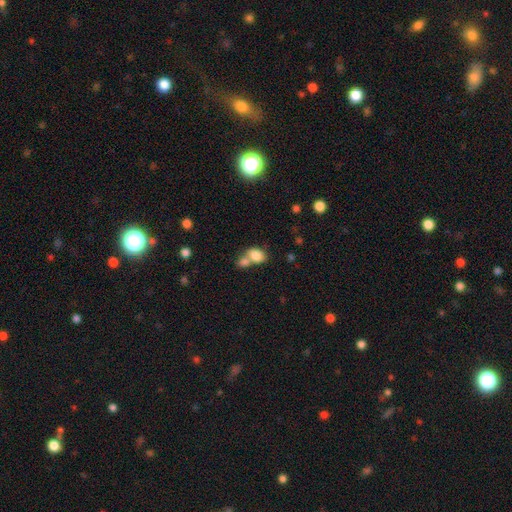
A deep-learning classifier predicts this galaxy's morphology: Q: Smooth or featured?
A: smooth (82%); runner-up: featured or disk (9%)
Q: How rounded?
A: in between (76%); runner-up: round (23%)
Q: Merging?
A: merger (60%); runner-up: none (28%)